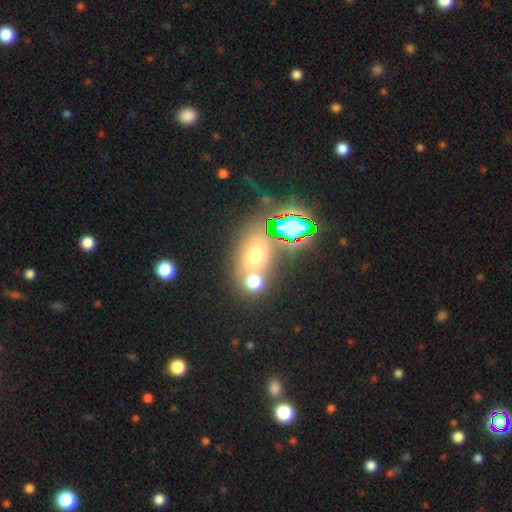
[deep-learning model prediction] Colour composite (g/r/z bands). It shows a smooth galaxy with no disk features (50%). Merging: none (62%).